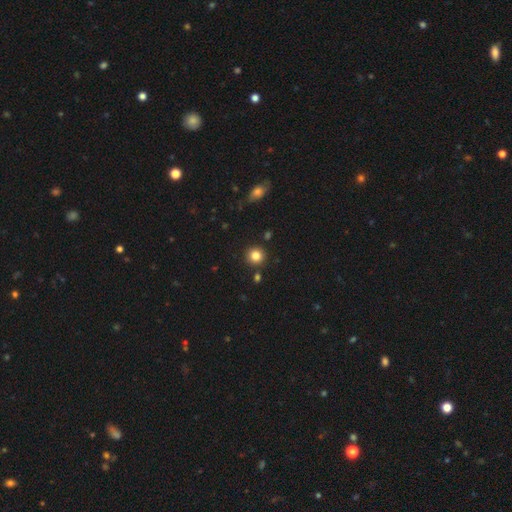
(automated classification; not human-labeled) smooth 84%, star or artifact 11%, featured or disk 5%. Down the decision tree: how rounded — round (93%); merging — none (89%).